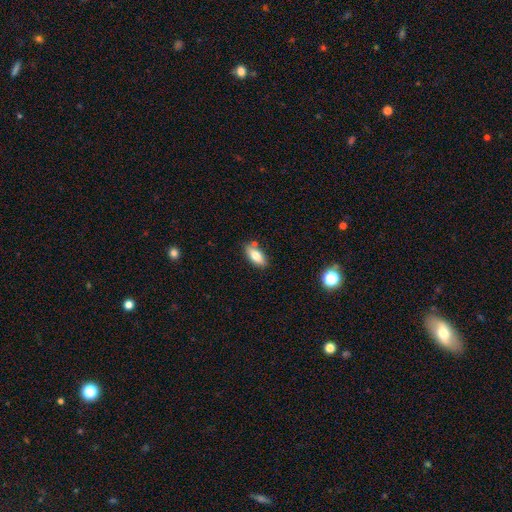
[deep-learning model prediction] This appears to be a smooth galaxy with no disk features (78%) that is in between round and cigar-shaped (86%). Merging: none (77%).